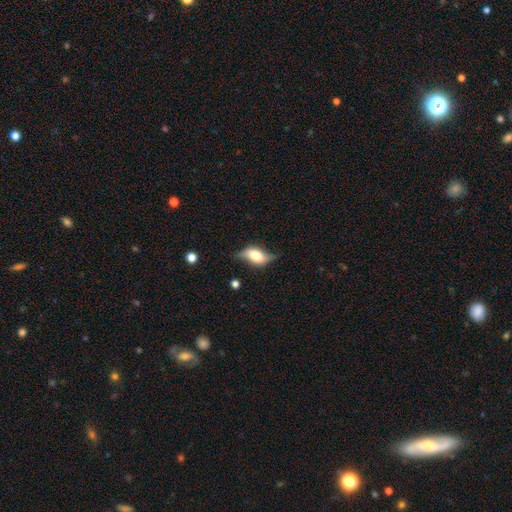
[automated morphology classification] Smooth or featured?
  - featured or disk: 52% *
  - smooth: 40%
  - star or artifact: 8%
Edge-on disk?
  - no: 61% *
  - yes: 39%
Merging?
  - none: 54% *
  - minor disturbance: 31%
  - major disturbance: 13%
  - merger: 3%